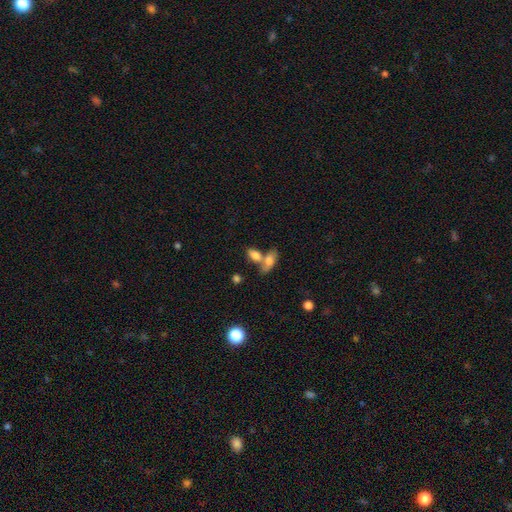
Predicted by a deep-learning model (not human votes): Morphology: type=smooth (77%); roundness=in between (84%); merging=merger (50%).